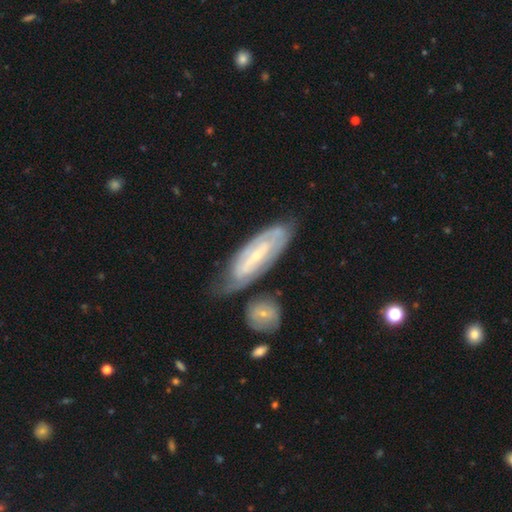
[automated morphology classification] featured or disk 75%, smooth 19%, star or artifact 6%. Down the decision tree: edge-on disk — no (84%); bar — weak (40%); spiral arms — yes (86%); spiral arm count — can't tell (43%); spiral winding — tight (62%); bulge size — small (74%); merging — none (60%).